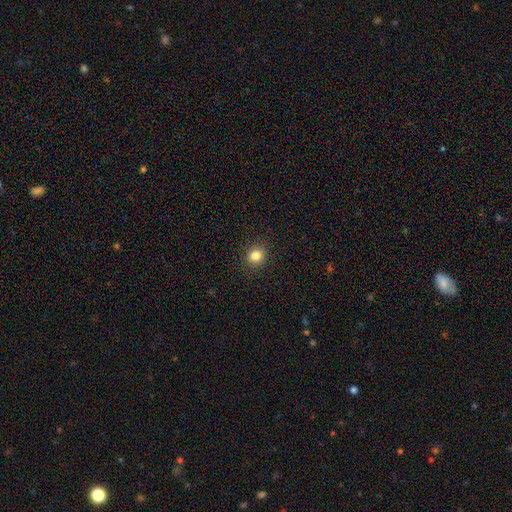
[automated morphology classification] This appears to be a smooth galaxy with no disk features (82%) that is round (75%). Merging: none (91%).